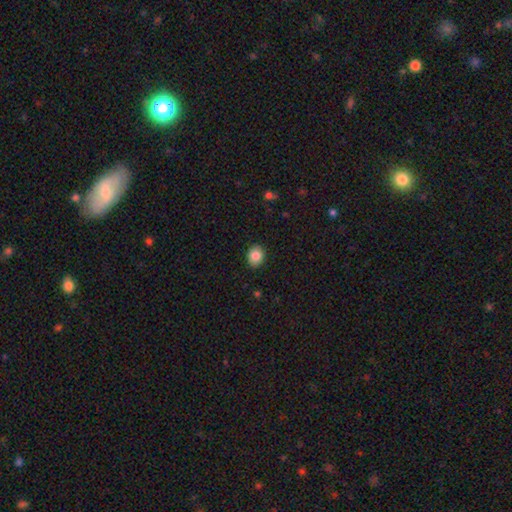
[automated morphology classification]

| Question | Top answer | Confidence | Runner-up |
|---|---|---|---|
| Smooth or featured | smooth | 85% | star or artifact (9%) |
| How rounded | round | 55% | in between (44%) |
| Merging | none | 90% | minor disturbance (8%) |